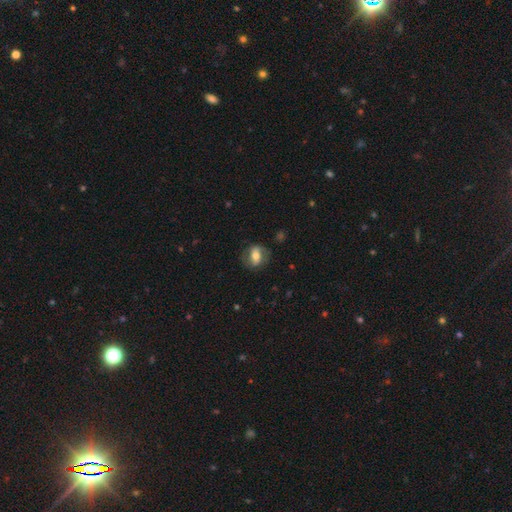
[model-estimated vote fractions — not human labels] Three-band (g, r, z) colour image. It shows a smooth galaxy with no disk features (49%). Merging: none (73%).